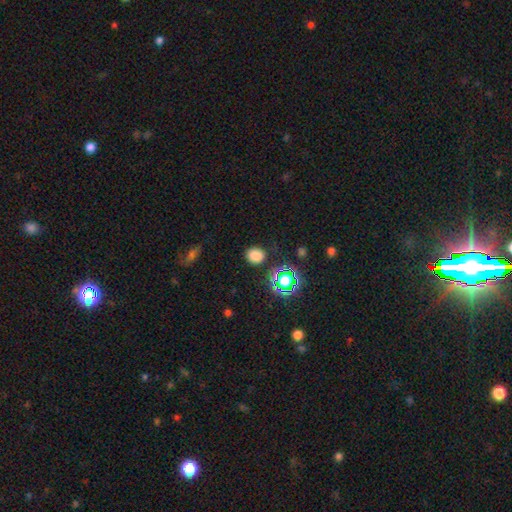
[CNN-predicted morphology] type=smooth (76%); roundness=round (64%); merging=none (84%).